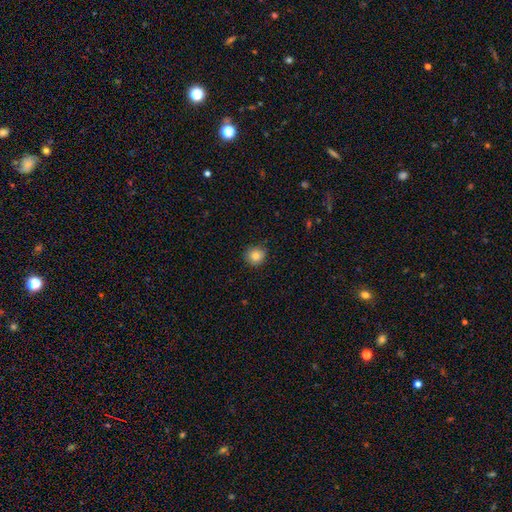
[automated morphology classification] Overall: smooth (83%). How rounded: round (87%). Merging: none (85%).